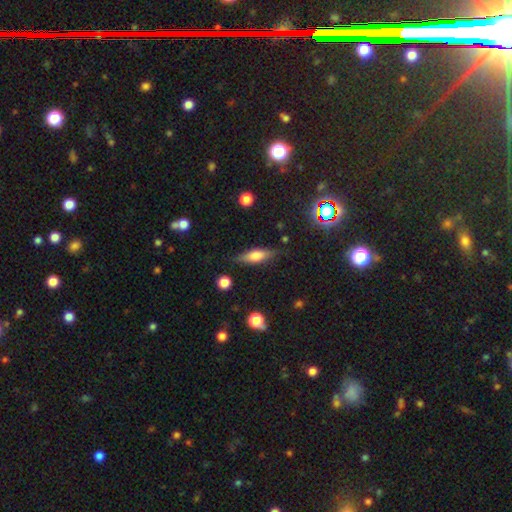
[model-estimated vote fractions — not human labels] Smooth or featured? smooth (55%)
How rounded? in between (50%)
Merging? none (81%)